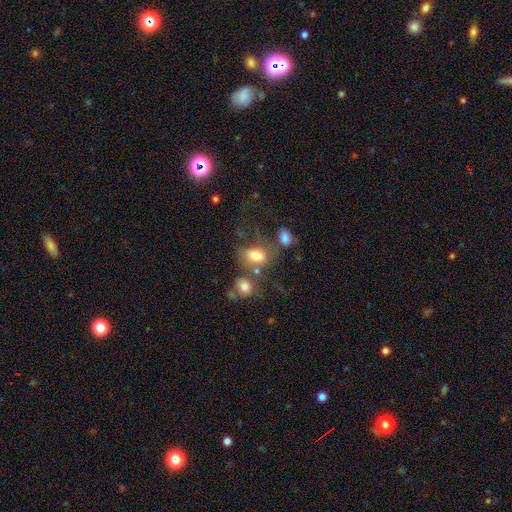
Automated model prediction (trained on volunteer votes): This appears to be a smooth galaxy with no disk features (75%) that is in between round and cigar-shaped (80%). Merging: none (41%).